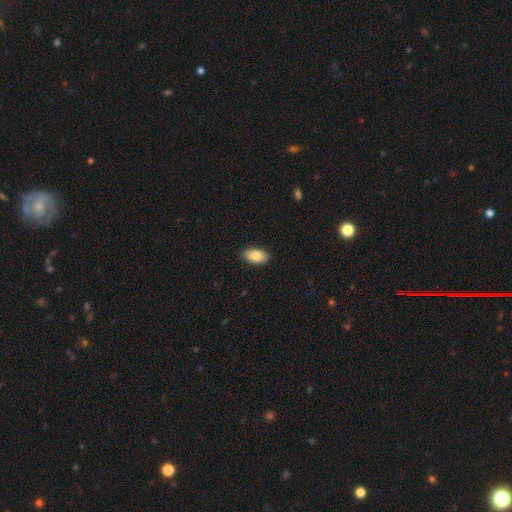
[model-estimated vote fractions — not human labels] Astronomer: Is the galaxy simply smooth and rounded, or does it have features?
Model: smooth — 86%.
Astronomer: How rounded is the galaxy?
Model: in between — 94%.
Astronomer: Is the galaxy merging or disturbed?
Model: none — 88%.